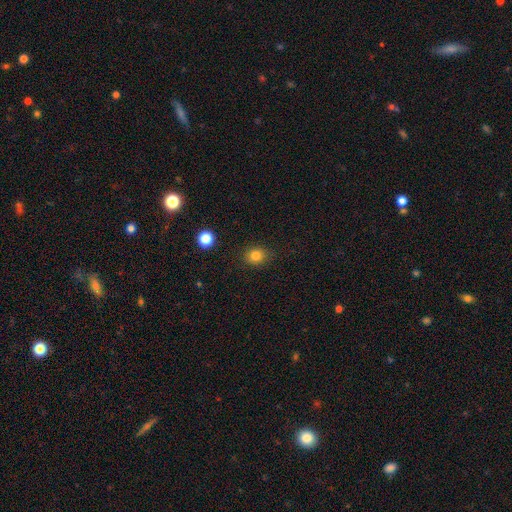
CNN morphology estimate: Smooth or featured? Predicted: smooth (p=0.81). How rounded? Predicted: round (p=0.68). Merging? Predicted: none (p=0.86).